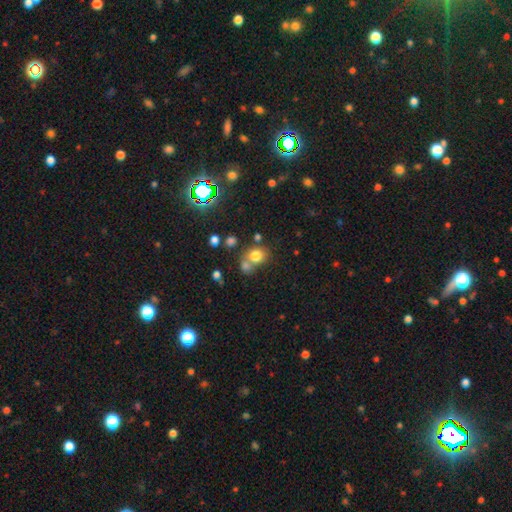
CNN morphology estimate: This appears to be a smooth galaxy with no disk features (75%) that is round (70%). Merging: none (48%).